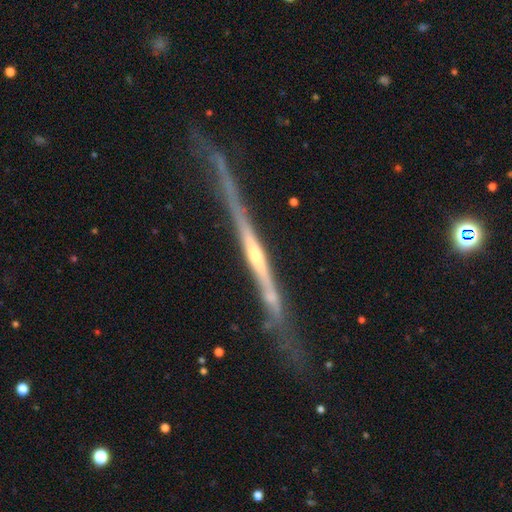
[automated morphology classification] This appears to be a featured or disk galaxy (85%) viewed edge-on (95%) with a rounded central bulge (47%). Merging: none (58%).